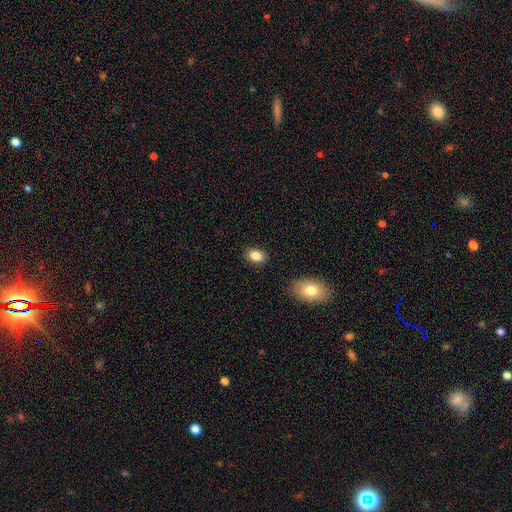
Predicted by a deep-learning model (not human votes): Q: Smooth or featured?
A: smooth (85%); runner-up: star or artifact (9%)
Q: How rounded?
A: in between (81%); runner-up: round (17%)
Q: Merging?
A: none (87%); runner-up: minor disturbance (9%)